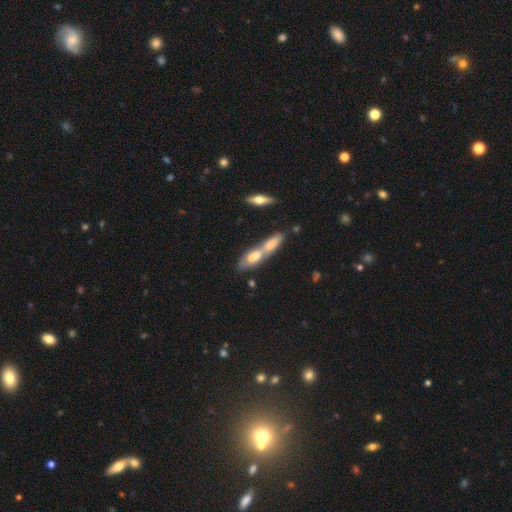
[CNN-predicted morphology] This is possibly a smooth galaxy (59%). How rounded: possibly in between (53%). Merging: likely merger (67%).